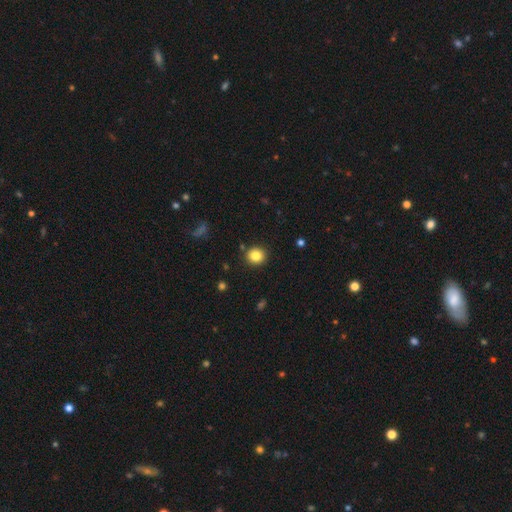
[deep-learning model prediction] A smooth galaxy with no disk features (82%) that is round (85%). Merging: none (90%).